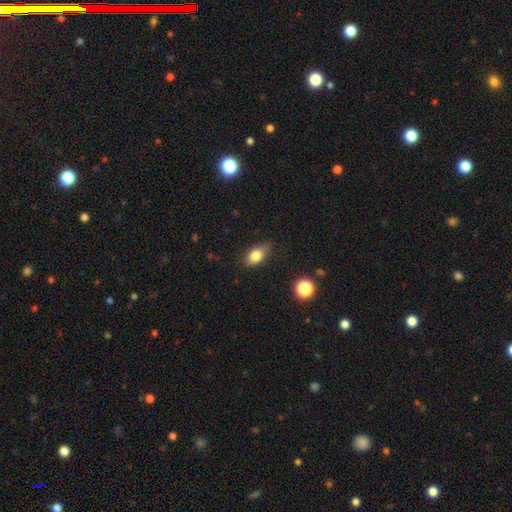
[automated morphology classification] This is likely a smooth galaxy (80%). How rounded: clearly in between (82%). Merging: likely none (70%).